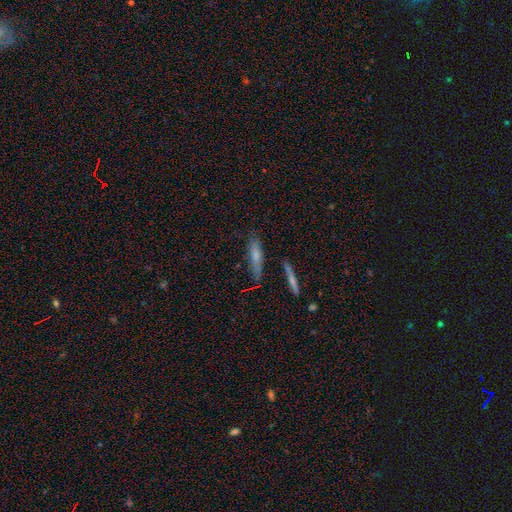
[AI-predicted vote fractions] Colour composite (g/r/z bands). It shows a smooth galaxy with no disk features (61%) that is cigar-shaped (72%). Merging: none (72%).